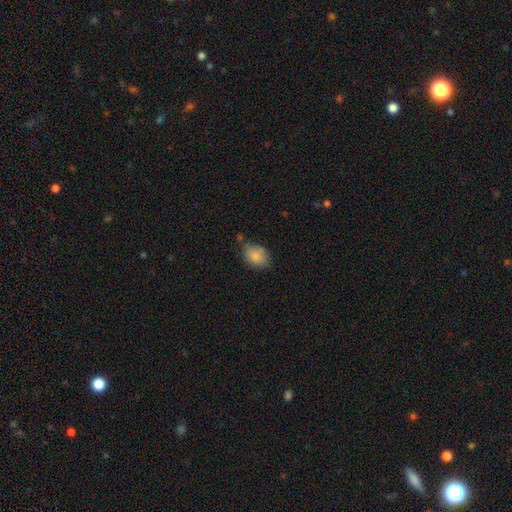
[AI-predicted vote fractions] smooth-or-featured: smooth: 86% | star or artifact: 8% | featured or disk: 7%
  how-rounded: in between: 77% | round: 22% | cigar-shaped: 1%
  merging: none: 65% | minor disturbance: 25% | merger: 5% | major disturbance: 5%